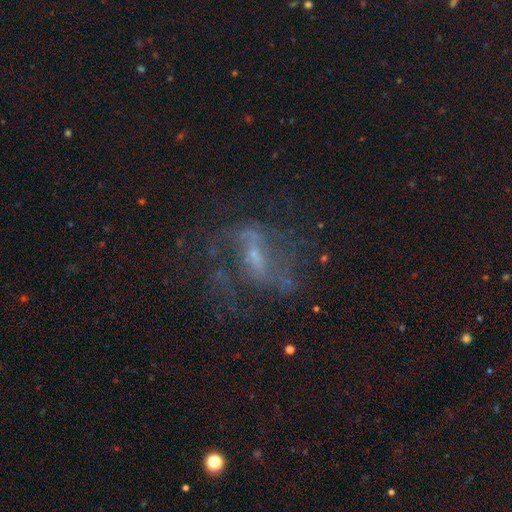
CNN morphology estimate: smooth-or-featured: featured or disk: 72% | star or artifact: 15% | smooth: 13%
  disk-edge-on: no: 94% | yes: 6%
    bar: weak: 46% | no: 28% | strong: 26%
    has-spiral-arms: yes: 70% | no: 30%
    bulge-size: small: 56% | moderate: 25% | none: 15% | large: 2% | dominant: 1%
  merging: none: 51% | major disturbance: 28% | minor disturbance: 17% | merger: 3%